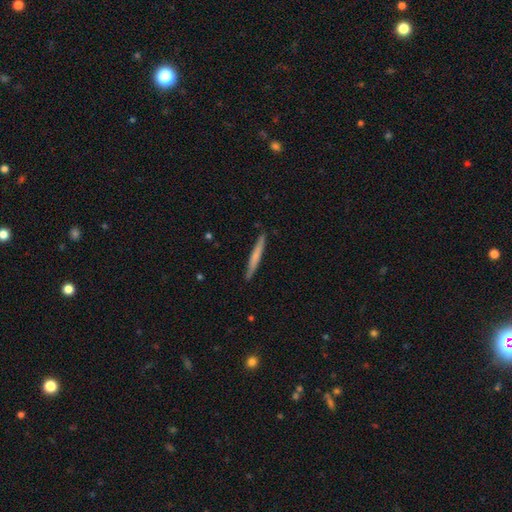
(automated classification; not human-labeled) This is likely a smooth galaxy (60%). How rounded: clearly cigar-shaped (97%). Merging: clearly none (90%).